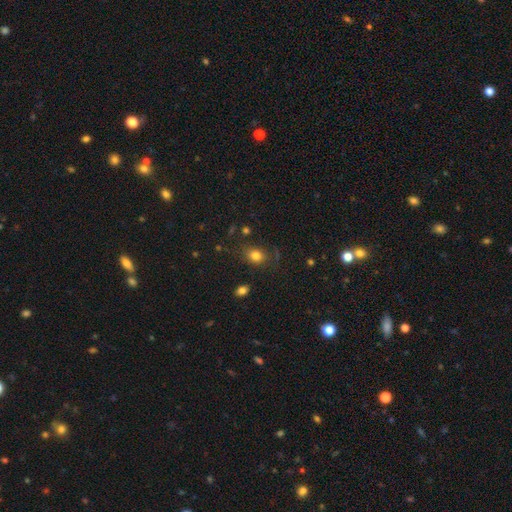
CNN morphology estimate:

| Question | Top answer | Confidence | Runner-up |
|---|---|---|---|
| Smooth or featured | smooth | 80% | star or artifact (12%) |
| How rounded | round | 52% | in between (47%) |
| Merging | none | 74% | minor disturbance (17%) |